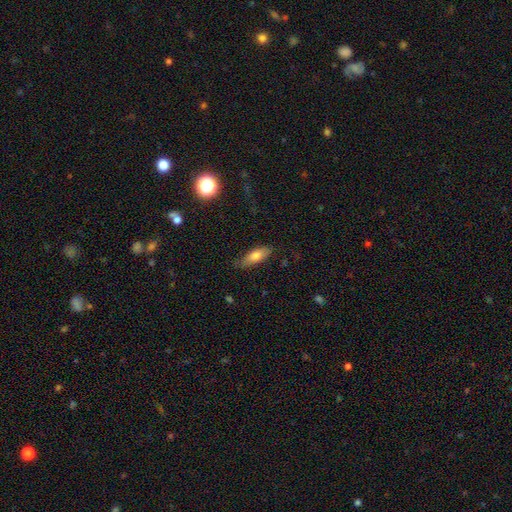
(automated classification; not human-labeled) The model was most divided on "how rounded": in between: 63%, cigar-shaped: 35%, round: 2%. More confident: merging — none (74%); smooth or featured — smooth (73%).